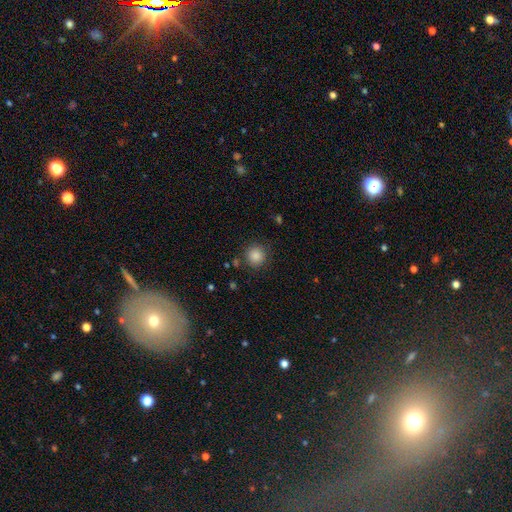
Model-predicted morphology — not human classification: smooth-or-featured: smooth: 86% | star or artifact: 10% | featured or disk: 4%
  how-rounded: round: 94% | in between: 5% | cigar-shaped: 1%
  merging: none: 86% | minor disturbance: 9% | major disturbance: 3% | merger: 2%